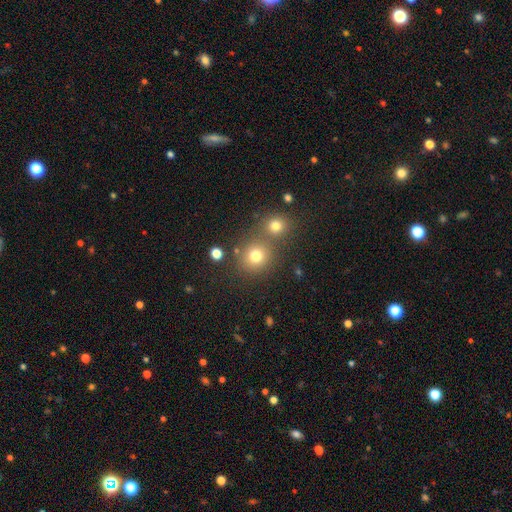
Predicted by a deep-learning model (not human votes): Smooth or featured? Predicted: smooth (p=0.76). How rounded? Predicted: round (p=0.86). Merging? Predicted: none (p=0.64).